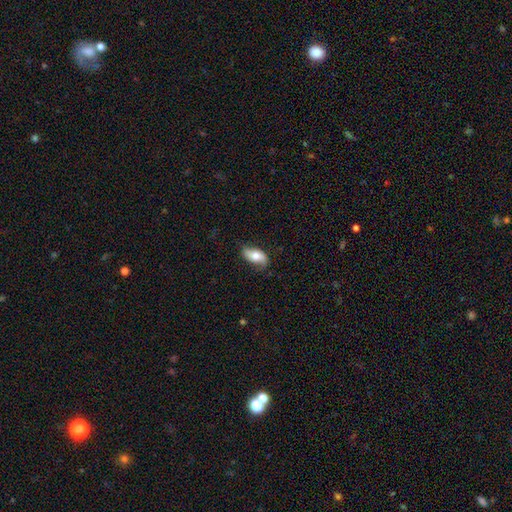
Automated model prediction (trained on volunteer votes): Overall: smooth (57%; featured or disk 36%). How rounded: in between (89%). Merging: none (73%).